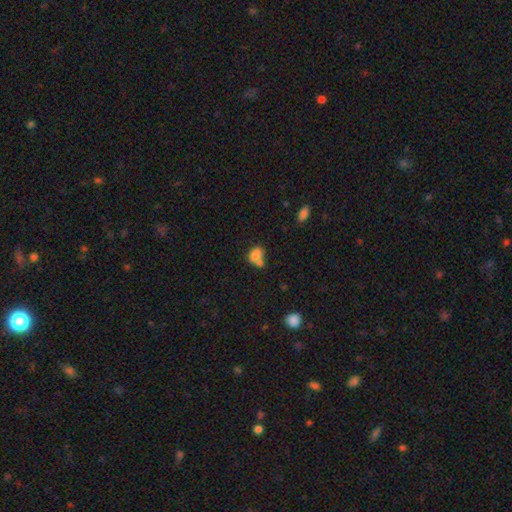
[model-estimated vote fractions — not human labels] This appears to be a smooth galaxy with no disk features (79%) that is in between round and cigar-shaped (68%). Merging: merger (46%).